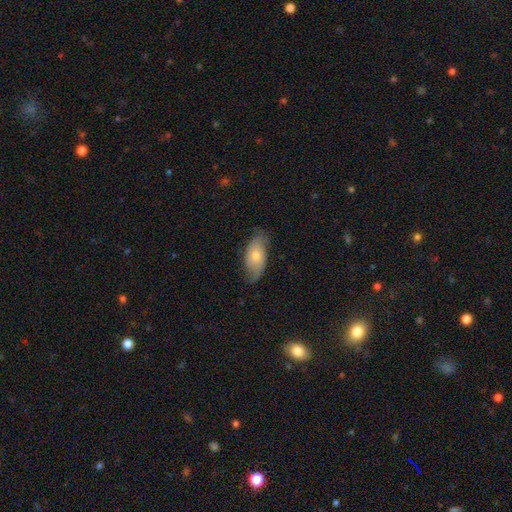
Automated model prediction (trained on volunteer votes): Smooth or featured: smooth — 51% (featured or disk — 42%)
How rounded: in between — 87% (cigar-shaped — 8%)
Merging: none — 70% (minor disturbance — 23%)